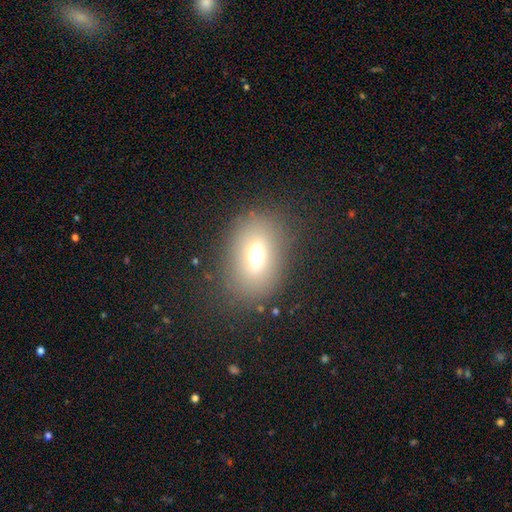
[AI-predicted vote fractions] smooth-or-featured: smooth: 67% | featured or disk: 19% | star or artifact: 14%
  how-rounded: in between: 79% | round: 18% | cigar-shaped: 2%
  merging: none: 80% | minor disturbance: 12% | major disturbance: 6% | merger: 2%